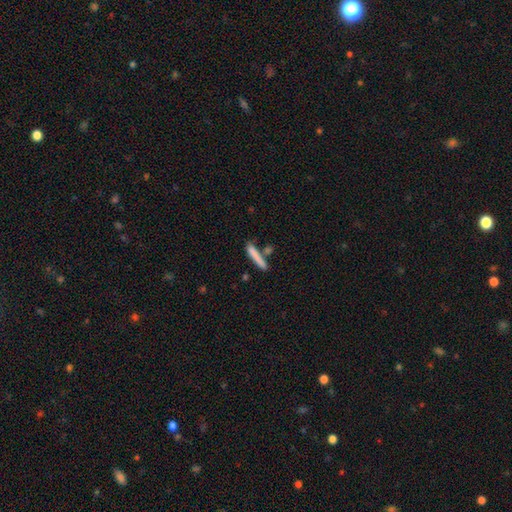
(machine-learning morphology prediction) smooth_or_featured: smooth (p=0.79) [alt: featured or disk p=0.14]
how_rounded: cigar-shaped (p=0.91) [alt: in between p=0.07]
merging: none (p=0.68) [alt: merger p=0.14]